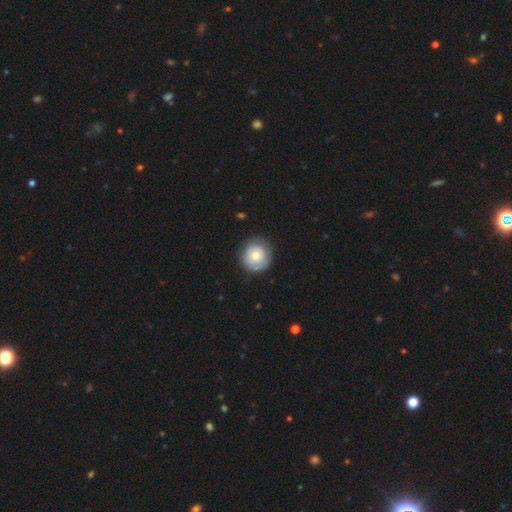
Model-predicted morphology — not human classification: Overall: smooth (65%; featured or disk 28%). How rounded: round (92%). Merging: none (79%).